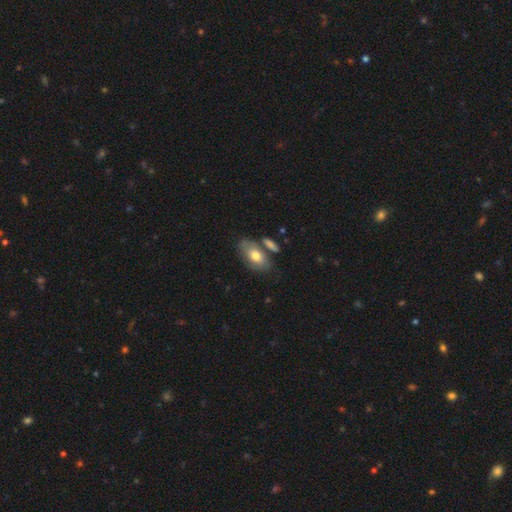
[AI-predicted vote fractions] This is likely a smooth galaxy (66%). How rounded: clearly in between (91%). Merging: possibly none (58%).